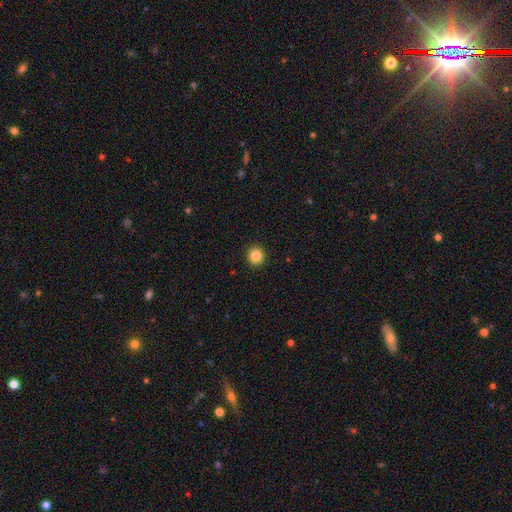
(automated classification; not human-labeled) Morphology: type=smooth (86%); roundness=round (93%); merging=none (93%).